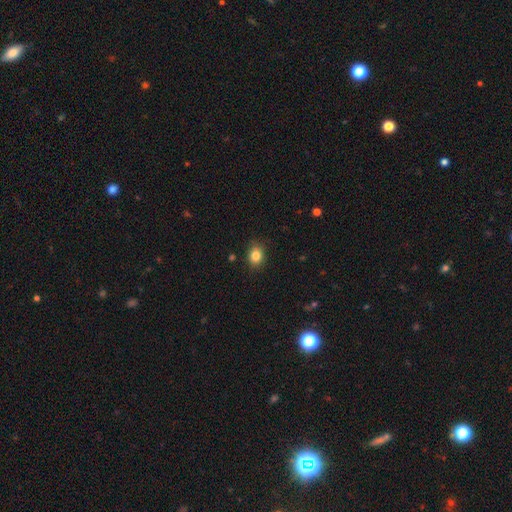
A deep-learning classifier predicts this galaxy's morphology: Smooth or featured? Predicted: smooth (p=0.84). How rounded? Predicted: in between (p=0.51). Merging? Predicted: none (p=0.85).